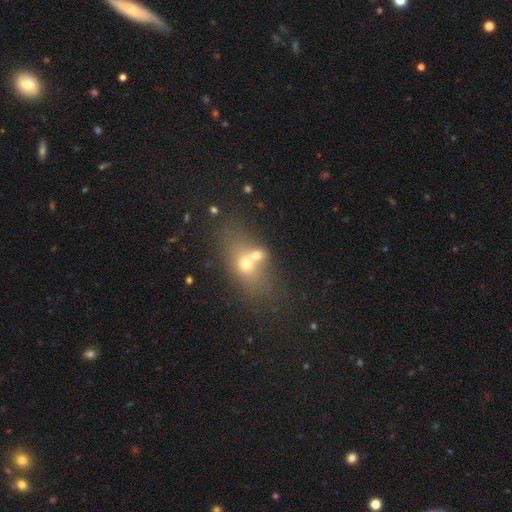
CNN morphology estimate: The model was most divided on "merging": merger: 57%, none: 29%, minor disturbance: 8%, major disturbance: 6%. More confident: how rounded — in between (62%); smooth or featured — smooth (58%).